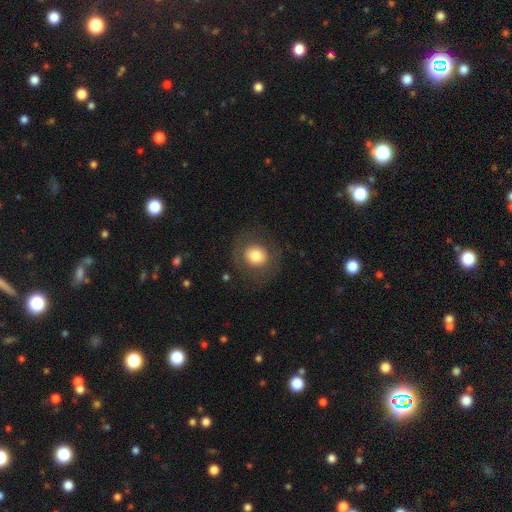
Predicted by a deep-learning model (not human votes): The model was most divided on "smooth or featured": smooth: 72%, featured or disk: 19%, star or artifact: 10%. More confident: how rounded — round (87%); merging — none (81%).